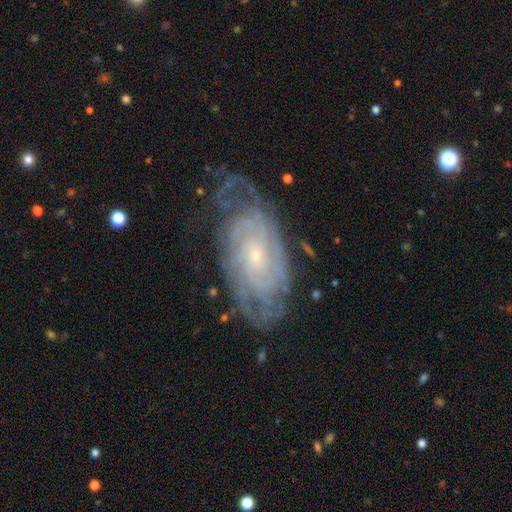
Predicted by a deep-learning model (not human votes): A featured or disk galaxy (84%) with no bar (71%), tight (77%) spiral arms (95%) and a small central bulge (81%).

Vote fractions:
- Smooth or featured? featured or disk: 84% / smooth: 9% / star or artifact: 7%
- Edge-on disk? no: 95% / yes: 5%
- Bar? no: 71% / weak: 23% / strong: 6%
- Spiral arms? yes: 95% / no: 5%
- Spiral winding? tight: 77% / medium: 19% / loose: 4%
- Spiral arm count? can't tell: 42% / 4: 16% / 2: 14% / 3: 11% / more than 4: 11% / 1: 5%
- Bulge size? small: 81% / moderate: 15% / none: 2% / large: 1% / dominant: 1%
- Merging? none: 66% / minor disturbance: 22% / major disturbance: 10% / merger: 2%